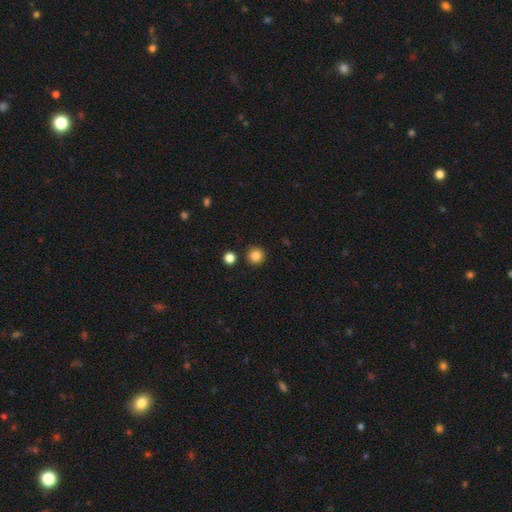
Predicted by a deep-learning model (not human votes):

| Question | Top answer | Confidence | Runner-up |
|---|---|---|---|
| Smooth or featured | smooth | 85% | star or artifact (11%) |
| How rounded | round | 95% | in between (4%) |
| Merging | none | 90% | minor disturbance (5%) |